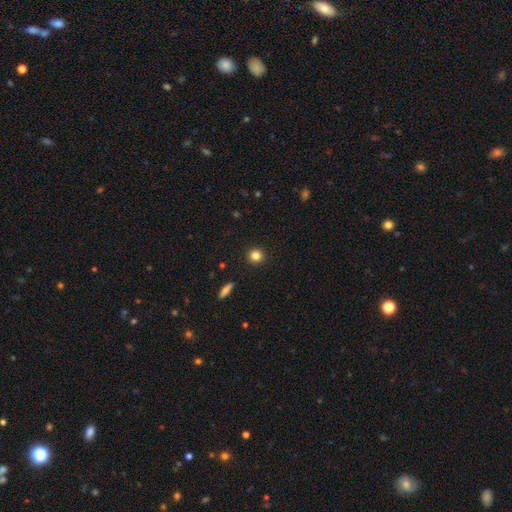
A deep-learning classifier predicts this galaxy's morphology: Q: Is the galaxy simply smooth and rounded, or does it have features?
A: smooth — 83%.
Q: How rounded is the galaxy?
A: round — 93%.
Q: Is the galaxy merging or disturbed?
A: none — 92%.